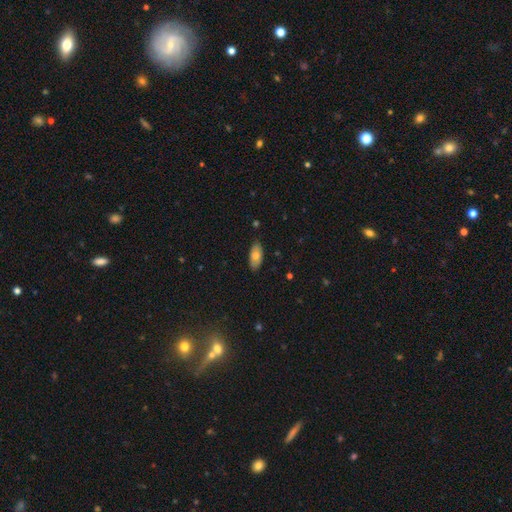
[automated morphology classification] A smooth galaxy with no disk features (72%) that is in between round and cigar-shaped (91%). Merging: none (85%).